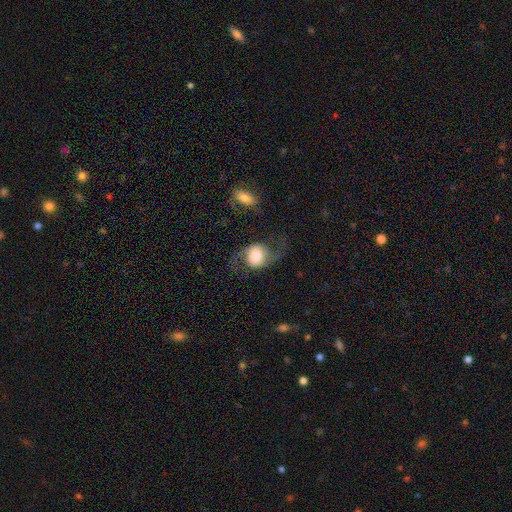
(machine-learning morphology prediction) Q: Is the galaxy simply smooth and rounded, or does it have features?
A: featured or disk — 62%.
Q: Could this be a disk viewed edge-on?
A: no — 96%.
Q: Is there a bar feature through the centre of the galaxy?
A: no — 63%.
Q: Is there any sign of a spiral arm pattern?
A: yes — 91%.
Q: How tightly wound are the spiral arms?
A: loose — 70%.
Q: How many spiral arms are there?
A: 2 — 92%.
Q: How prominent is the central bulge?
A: large — 39%.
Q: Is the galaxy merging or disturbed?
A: none — 63%.